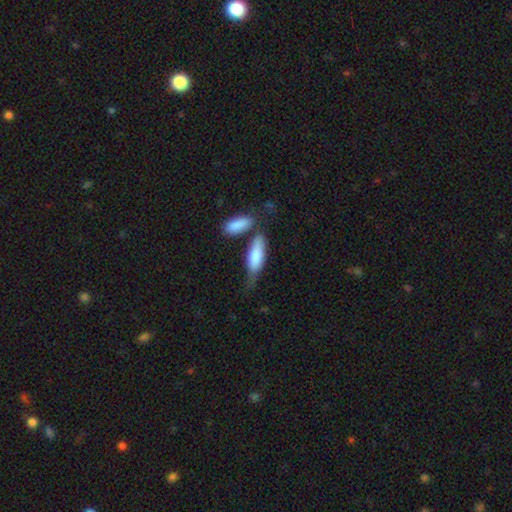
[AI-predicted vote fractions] A smooth galaxy with no disk features (80%) that is in between round and cigar-shaped (63%). Merging: none (39%).